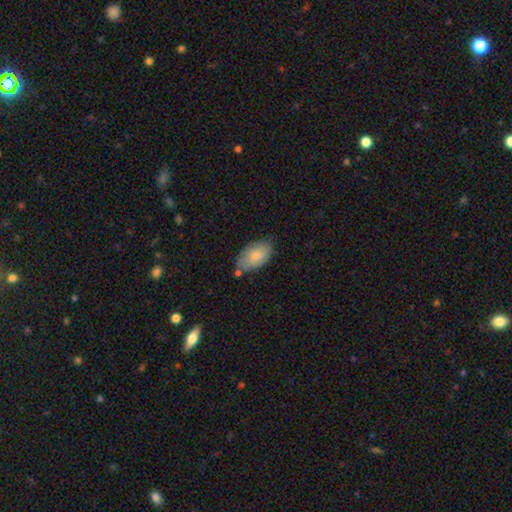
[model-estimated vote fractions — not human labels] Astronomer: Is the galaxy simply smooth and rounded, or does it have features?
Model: smooth — 76%.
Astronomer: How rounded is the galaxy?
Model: in between — 94%.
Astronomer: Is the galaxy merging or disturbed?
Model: none — 64%.